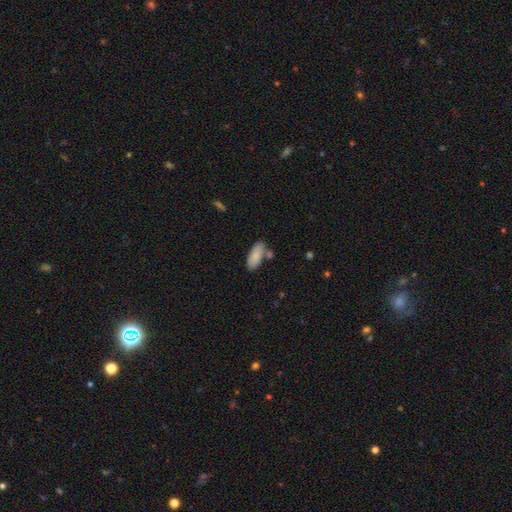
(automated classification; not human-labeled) Smooth or featured: smooth — 86% (featured or disk — 8%)
How rounded: in between — 83% (cigar-shaped — 15%)
Merging: none — 72% (minor disturbance — 14%)